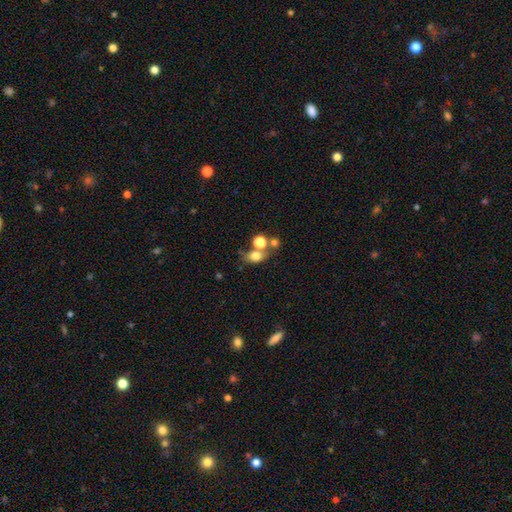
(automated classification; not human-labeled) Overall: smooth (73%). How rounded: in between (62%; round 35%). Merging: none (49%; merger 32%).